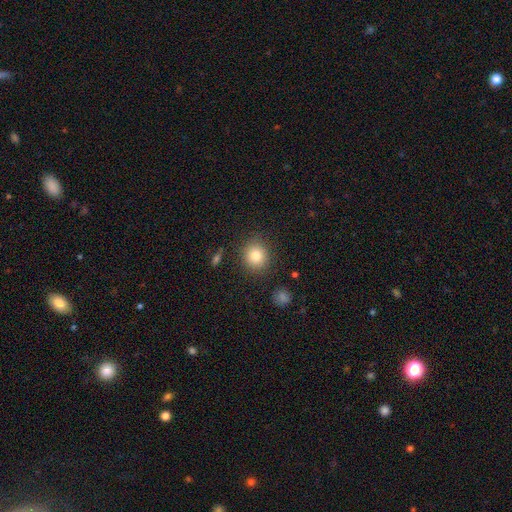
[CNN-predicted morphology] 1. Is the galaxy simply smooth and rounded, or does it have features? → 82% smooth, 10% star or artifact, 8% featured or disk.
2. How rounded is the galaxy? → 85% round, 14% in between, 1% cigar-shaped.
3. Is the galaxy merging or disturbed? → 86% none, 9% minor disturbance, 3% major disturbance, 2% merger.